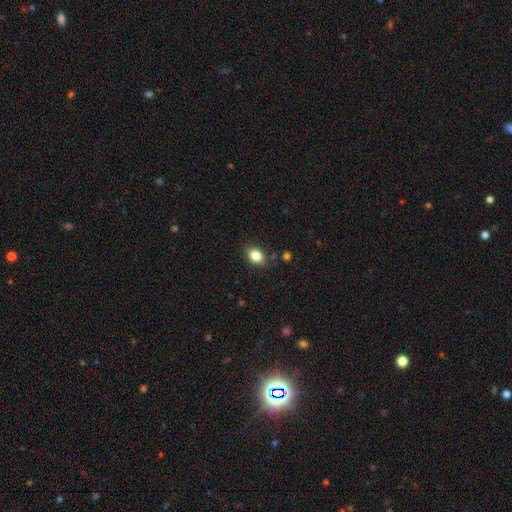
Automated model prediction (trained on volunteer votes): smooth_or_featured: smooth (p=0.84) [alt: star or artifact p=0.09]
how_rounded: in between (p=0.77) [alt: round p=0.22]
merging: none (p=0.85) [alt: minor disturbance p=0.10]